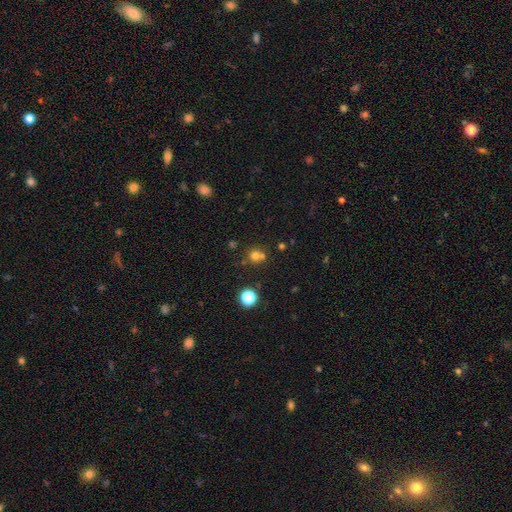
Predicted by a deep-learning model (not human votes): This is likely a smooth galaxy (67%). How rounded: clearly round (90%). Merging: possibly none (59%).